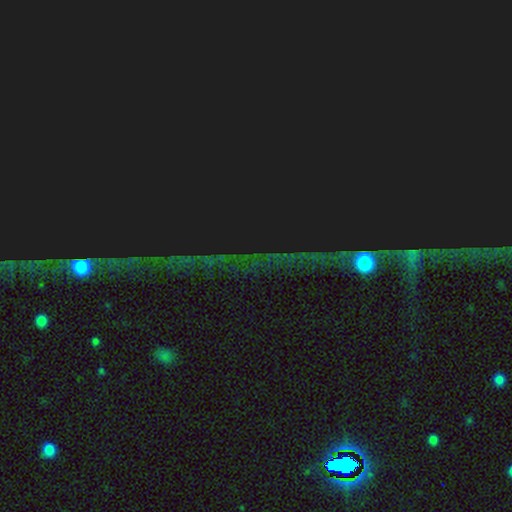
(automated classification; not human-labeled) Smooth or featured?
  - star or artifact: 79% *
  - featured or disk: 11%
  - smooth: 10%